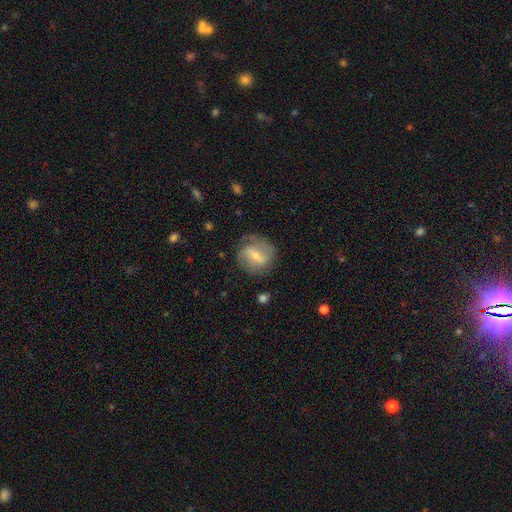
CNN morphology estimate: Smooth or featured: featured or disk — 68% (smooth — 25%)
Edge-on disk: no — 95% (yes — 5%)
Bar: weak — 44% (strong — 40%)
Spiral arms: yes — 80% (no — 20%)
Spiral winding: medium — 42% (loose — 34%)
Spiral arm count: 2 — 70% (can't tell — 16%)
Bulge size: small — 60% (moderate — 34%)
Merging: none — 71% (minor disturbance — 19%)